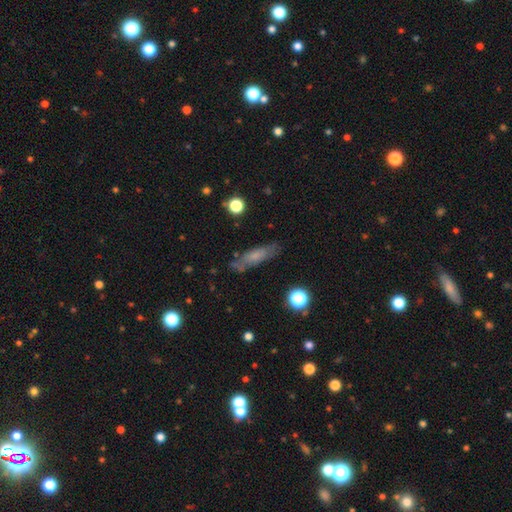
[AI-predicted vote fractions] Smooth or featured?
  - smooth: 60% *
  - featured or disk: 30%
  - star or artifact: 10%
How rounded?
  - cigar-shaped: 57% *
  - in between: 39%
  - round: 3%
Merging?
  - none: 72% *
  - minor disturbance: 18%
  - major disturbance: 6%
  - merger: 3%